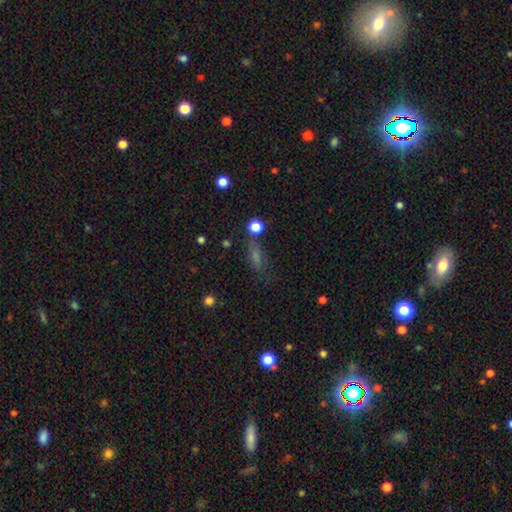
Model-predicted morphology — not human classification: Smooth or featured: smooth — 48% (star or artifact — 32%)
Merging: none — 60% (minor disturbance — 20%)